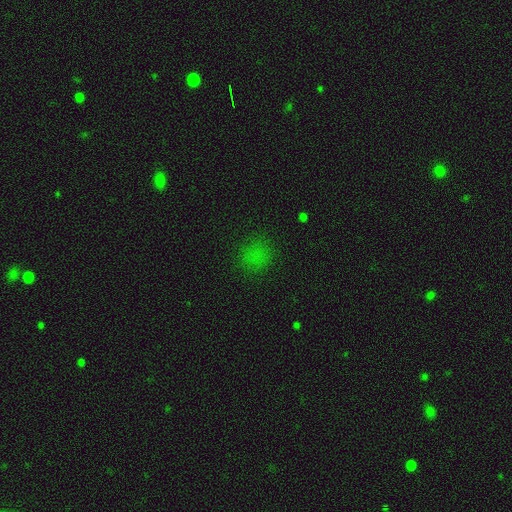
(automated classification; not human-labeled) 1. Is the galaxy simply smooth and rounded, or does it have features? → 59% smooth, 32% star or artifact, 9% featured or disk.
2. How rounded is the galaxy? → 78% round, 20% in between, 2% cigar-shaped.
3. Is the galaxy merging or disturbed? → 79% none, 13% minor disturbance, 7% major disturbance, 2% merger.